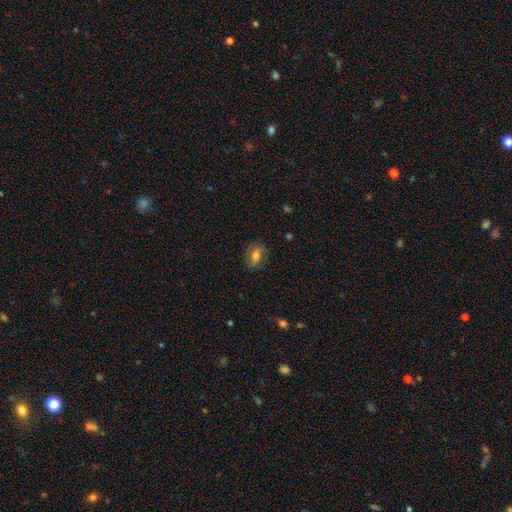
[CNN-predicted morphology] smooth 58%, featured or disk 31%, star or artifact 10%. Down the decision tree: how rounded — in between (75%); merging — none (76%).